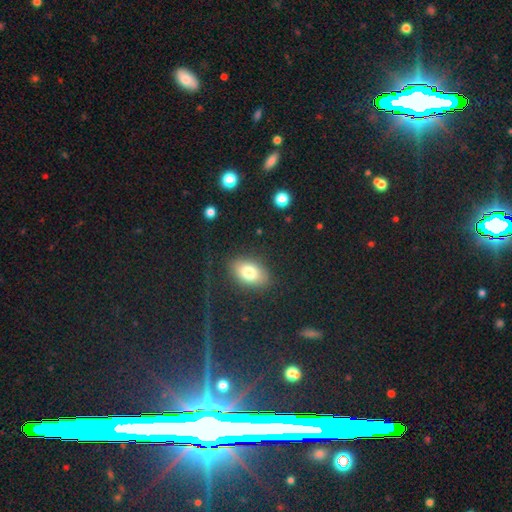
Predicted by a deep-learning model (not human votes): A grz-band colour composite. It shows a star or artifact, not a galaxy (64%).